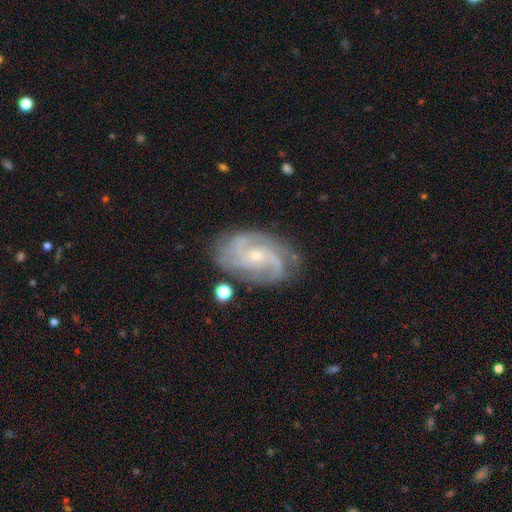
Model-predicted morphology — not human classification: featured or disk 88%, smooth 6%, star or artifact 6%. Down the decision tree: edge-on disk — no (97%); bar — no (68%); spiral arms — yes (97%); spiral arm count — 3 (33%); spiral winding — tight (45%); bulge size — small (73%); merging — none (74%).